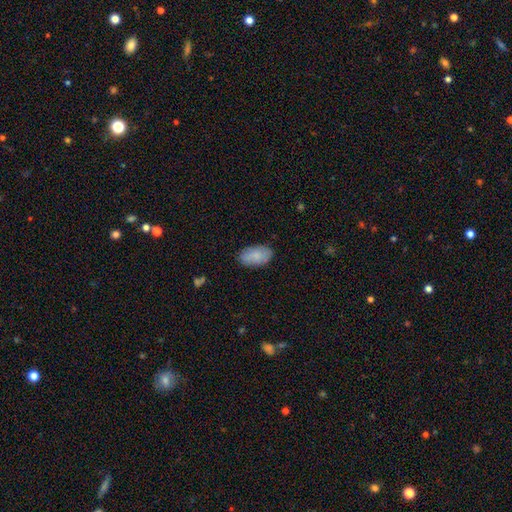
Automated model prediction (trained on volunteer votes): Overall: smooth (83%). How rounded: in between (94%). Merging: none (84%).